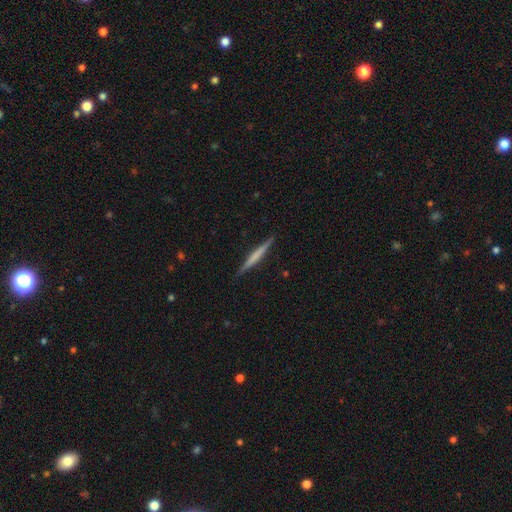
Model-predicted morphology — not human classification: A featured or disk galaxy (50%) viewed edge-on (98%).

Vote fractions:
- Smooth or featured? featured or disk: 50% / smooth: 45% / star or artifact: 5%
- Edge-on disk? yes: 98% / no: 2%
- Merging? none: 91% / minor disturbance: 7% / major disturbance: 1% / merger: 1%